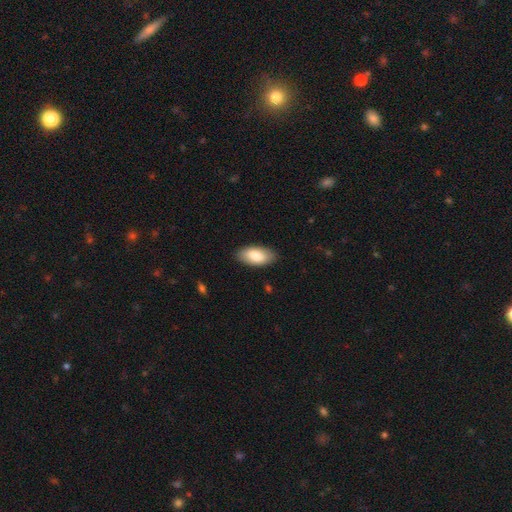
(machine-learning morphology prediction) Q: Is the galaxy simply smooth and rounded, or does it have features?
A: smooth — 84%.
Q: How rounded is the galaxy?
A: in between — 93%.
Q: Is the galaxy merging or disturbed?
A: none — 87%.